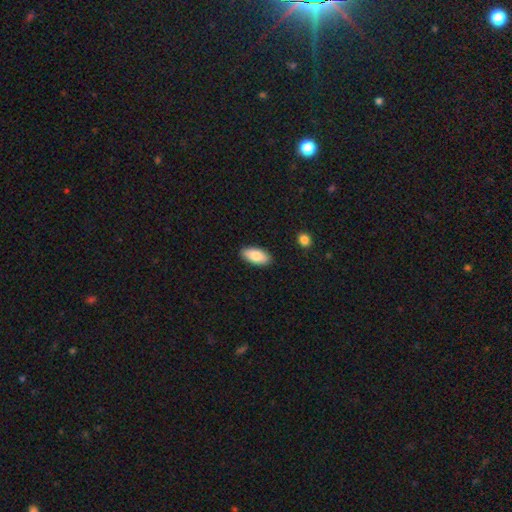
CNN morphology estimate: Q: Smooth or featured?
A: smooth (84%); runner-up: featured or disk (10%)
Q: How rounded?
A: in between (90%); runner-up: cigar-shaped (8%)
Q: Merging?
A: none (89%); runner-up: minor disturbance (8%)